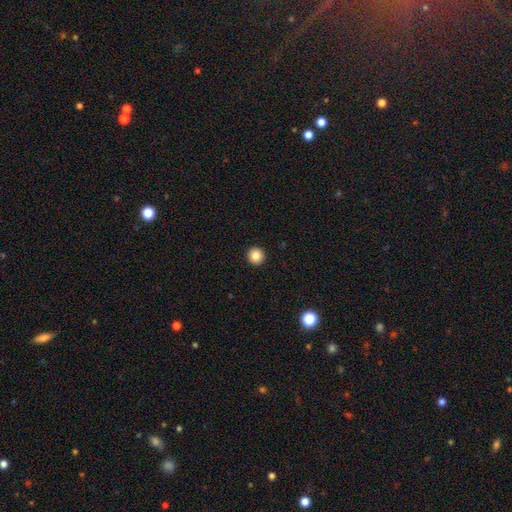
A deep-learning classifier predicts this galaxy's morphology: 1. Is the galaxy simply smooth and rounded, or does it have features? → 85% smooth, 10% star or artifact, 5% featured or disk.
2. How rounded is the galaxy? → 95% round, 4% in between, 1% cigar-shaped.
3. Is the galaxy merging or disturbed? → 94% none, 4% minor disturbance, 1% major disturbance, 1% merger.